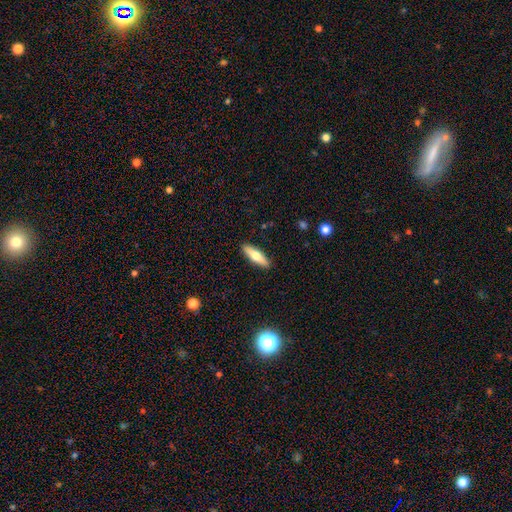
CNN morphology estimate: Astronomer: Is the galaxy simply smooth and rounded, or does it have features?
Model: smooth — 57% (runner-up: featured or disk, 37%).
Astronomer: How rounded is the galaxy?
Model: cigar-shaped — 66%.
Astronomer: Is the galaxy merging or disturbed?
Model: none — 91%.